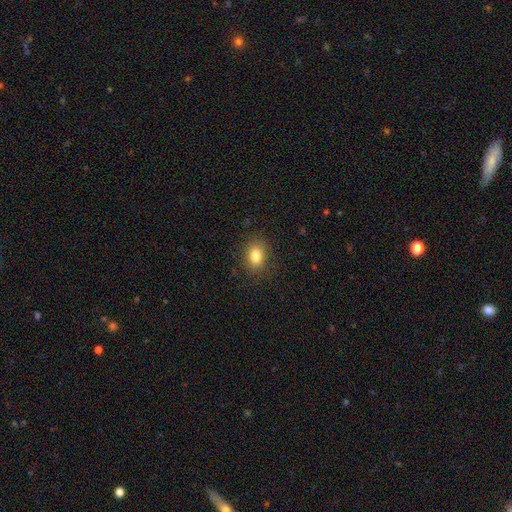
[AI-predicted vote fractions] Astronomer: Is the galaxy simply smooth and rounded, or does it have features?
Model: smooth — 83%.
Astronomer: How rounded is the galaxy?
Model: in between — 72%.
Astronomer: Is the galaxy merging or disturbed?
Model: none — 86%.